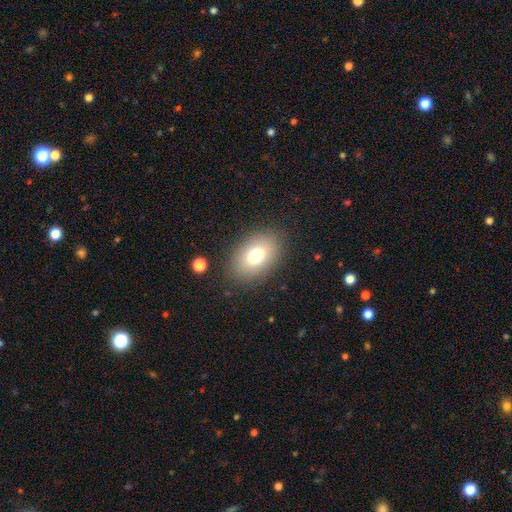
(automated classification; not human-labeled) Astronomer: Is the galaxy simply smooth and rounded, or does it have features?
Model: smooth — 78%.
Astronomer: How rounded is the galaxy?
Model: in between — 87%.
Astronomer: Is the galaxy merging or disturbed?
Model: none — 85%.